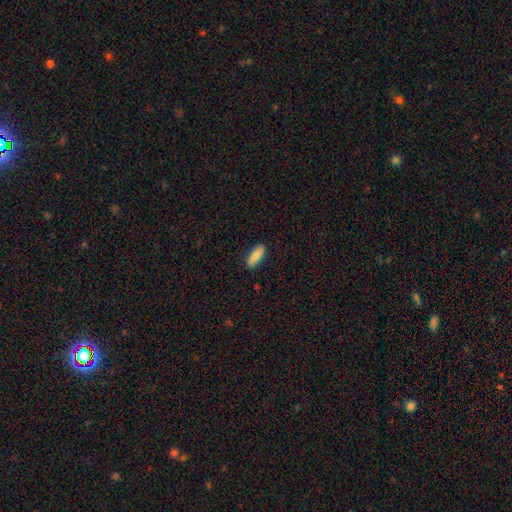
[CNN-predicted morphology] The model was most divided on "how rounded": in between: 68%, cigar-shaped: 30%, round: 2%. More confident: merging — none (87%); smooth or featured — smooth (86%).